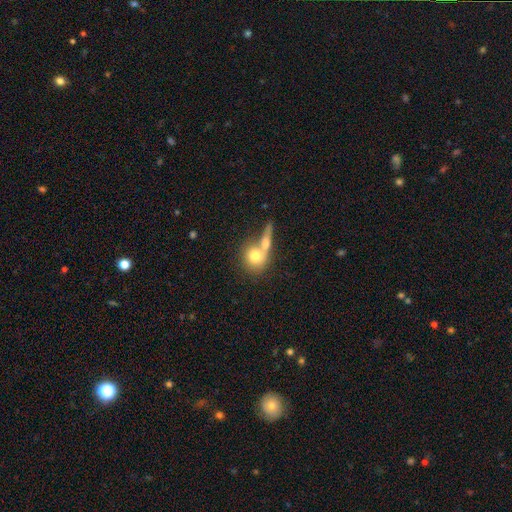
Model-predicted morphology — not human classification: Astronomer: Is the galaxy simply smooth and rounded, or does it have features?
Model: smooth — 72%.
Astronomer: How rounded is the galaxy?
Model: round — 76%.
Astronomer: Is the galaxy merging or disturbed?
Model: merger — 54% (runner-up: none, 32%).